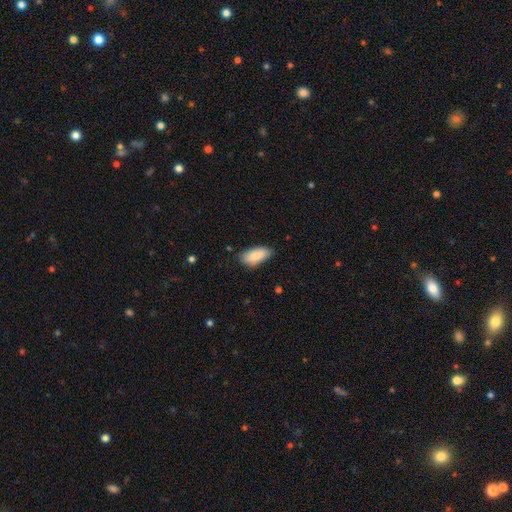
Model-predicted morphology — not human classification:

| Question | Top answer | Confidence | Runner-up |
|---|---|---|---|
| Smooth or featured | smooth | 85% | featured or disk (9%) |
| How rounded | in between | 90% | cigar-shaped (7%) |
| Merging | none | 73% | minor disturbance (22%) |